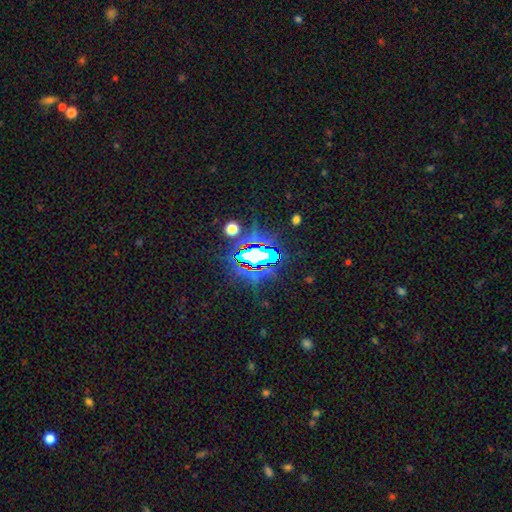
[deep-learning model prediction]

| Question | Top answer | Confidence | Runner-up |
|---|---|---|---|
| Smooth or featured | star or artifact | 73% | smooth (14%) |